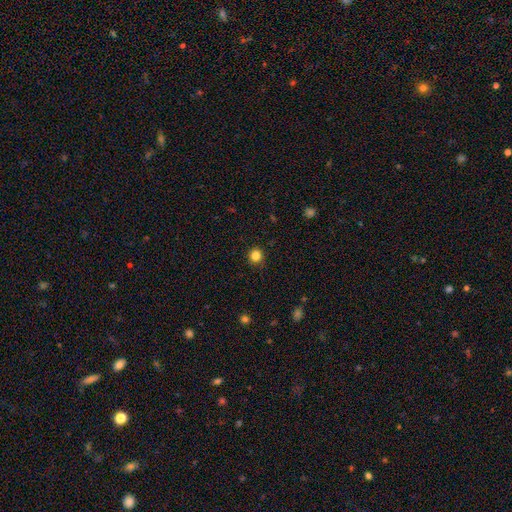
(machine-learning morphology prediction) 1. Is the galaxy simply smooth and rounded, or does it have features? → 83% smooth, 12% star or artifact, 4% featured or disk.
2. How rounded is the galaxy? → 94% round, 5% in between, 1% cigar-shaped.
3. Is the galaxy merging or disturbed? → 92% none, 6% minor disturbance, 2% major disturbance, 1% merger.